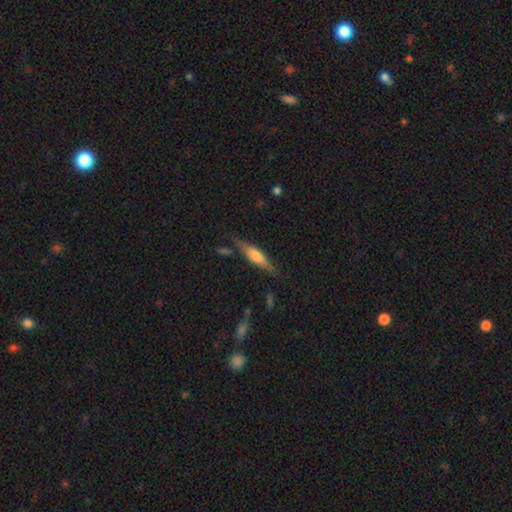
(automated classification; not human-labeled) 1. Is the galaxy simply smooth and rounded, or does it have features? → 53% featured or disk, 40% smooth, 7% star or artifact.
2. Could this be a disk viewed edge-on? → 93% yes, 7% no.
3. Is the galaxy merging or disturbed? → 79% none, 14% minor disturbance, 4% major disturbance, 3% merger.